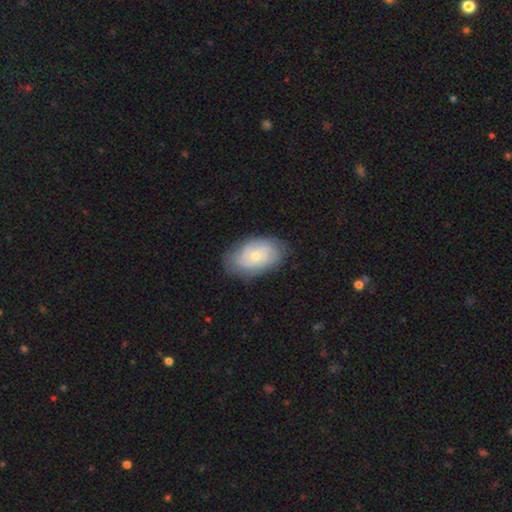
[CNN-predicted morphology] type=featured or disk (54%); edge-on=no (95%); bar=no (80%); spiral arms=yes (77%); bulge=small (58%); merging=none (76%).